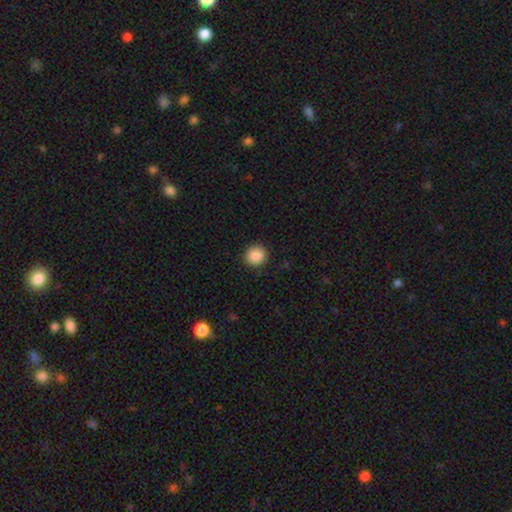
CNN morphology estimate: Q: Smooth or featured?
A: smooth (89%); runner-up: star or artifact (8%)
Q: How rounded?
A: round (87%); runner-up: in between (12%)
Q: Merging?
A: none (91%); runner-up: minor disturbance (6%)